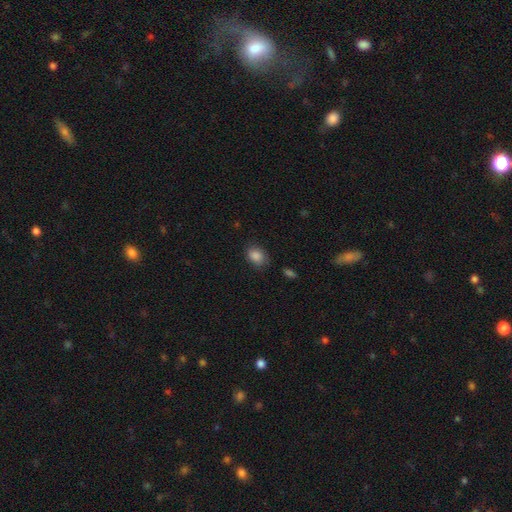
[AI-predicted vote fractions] Overall: smooth (87%). How rounded: in between (62%; round 37%). Merging: none (78%).